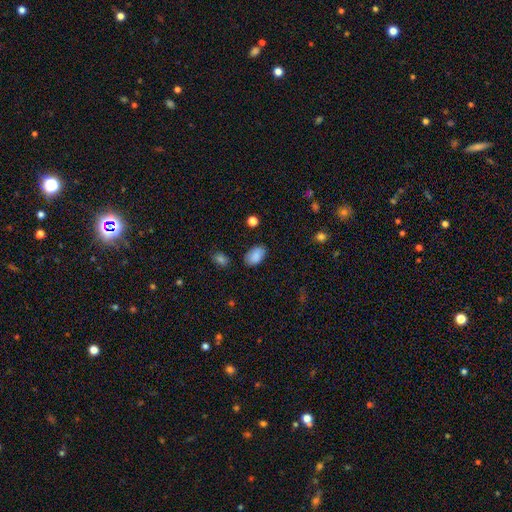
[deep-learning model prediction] A smooth galaxy with no disk features (86%) that is in between round and cigar-shaped (93%).

Vote fractions:
- Smooth or featured? smooth: 86% / star or artifact: 8% / featured or disk: 6%
- How rounded? in between: 93% / round: 6% / cigar-shaped: 1%
- Merging? none: 81% / minor disturbance: 14% / major disturbance: 3% / merger: 2%